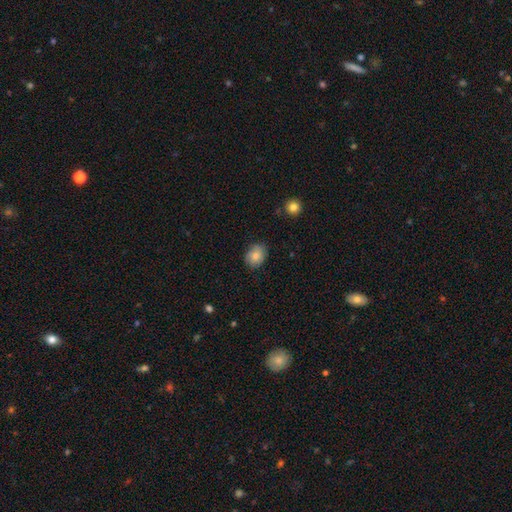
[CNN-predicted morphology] Smooth or featured? smooth (82%)
How rounded? in between (50%)
Merging? none (79%)